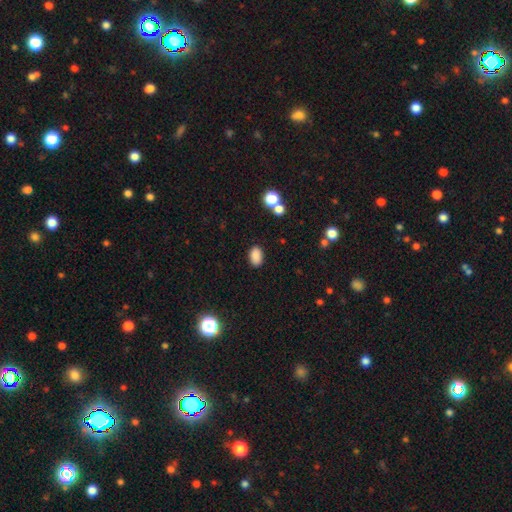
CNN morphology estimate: Overall: smooth (86%). How rounded: in between (89%). Merging: none (86%).